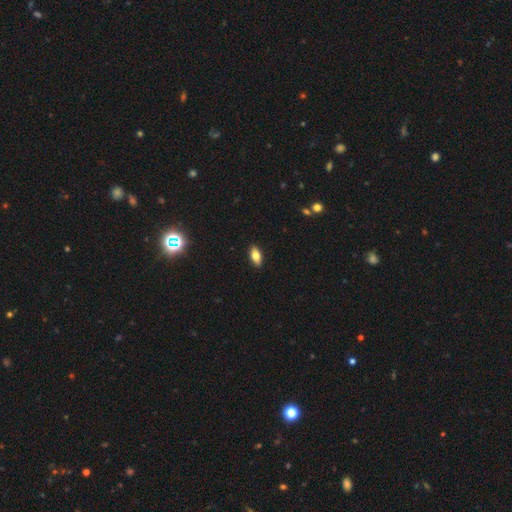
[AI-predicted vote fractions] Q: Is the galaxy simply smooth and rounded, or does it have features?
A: smooth — 73%.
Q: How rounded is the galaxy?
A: in between — 86%.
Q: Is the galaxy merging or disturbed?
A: none — 90%.